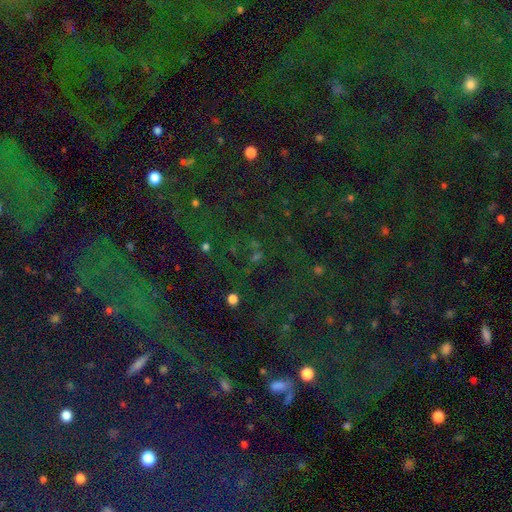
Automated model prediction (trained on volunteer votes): Overall: star or artifact (69%).